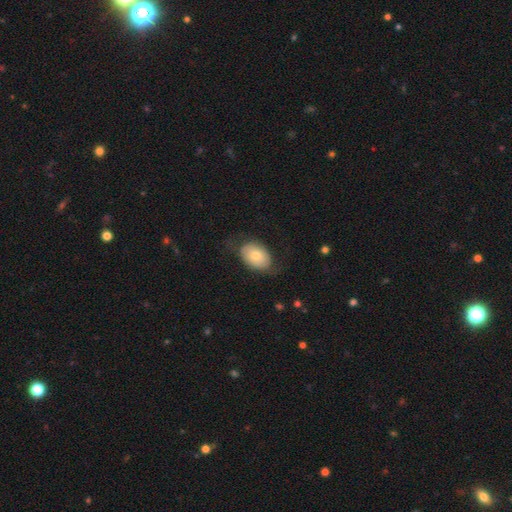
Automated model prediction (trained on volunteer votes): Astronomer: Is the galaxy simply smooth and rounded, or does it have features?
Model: smooth — 66%.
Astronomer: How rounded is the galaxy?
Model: in between — 84%.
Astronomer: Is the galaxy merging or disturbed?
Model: none — 63%.